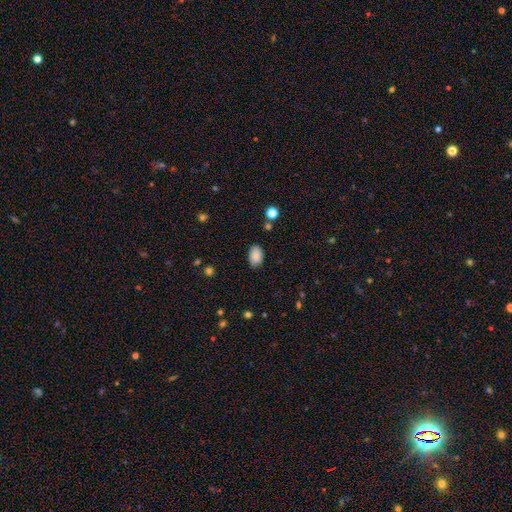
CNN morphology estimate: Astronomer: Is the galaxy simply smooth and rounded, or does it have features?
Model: smooth — 86%.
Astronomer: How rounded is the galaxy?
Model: in between — 90%.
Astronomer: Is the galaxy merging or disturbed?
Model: none — 82%.